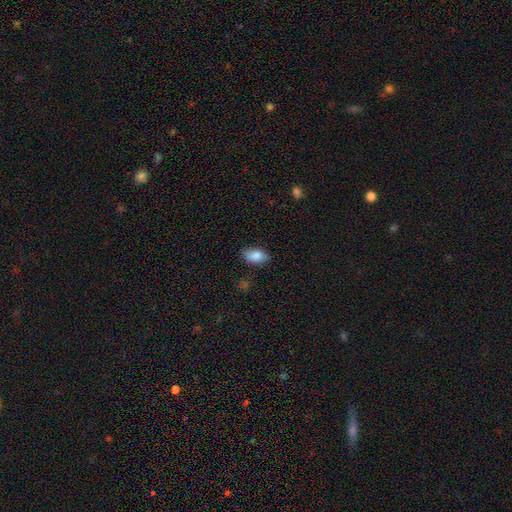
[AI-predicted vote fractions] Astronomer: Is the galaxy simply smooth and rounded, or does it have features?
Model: smooth — 83%.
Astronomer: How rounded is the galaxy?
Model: in between — 90%.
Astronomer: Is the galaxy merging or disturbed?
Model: none — 78%.